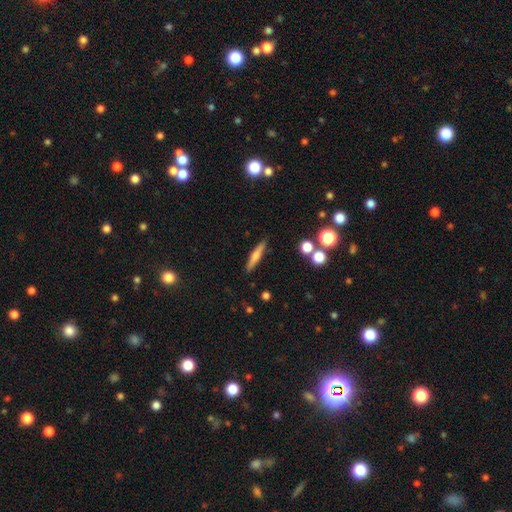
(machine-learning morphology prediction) smooth 58%, featured or disk 35%, star or artifact 8%. Down the decision tree: how rounded — cigar-shaped (89%); merging — none (87%).